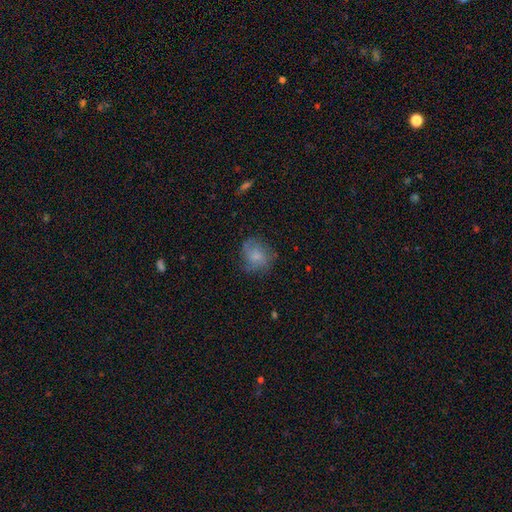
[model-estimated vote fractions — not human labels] This appears to be a smooth galaxy with no disk features (58%) that is round (70%). Merging: none (67%).